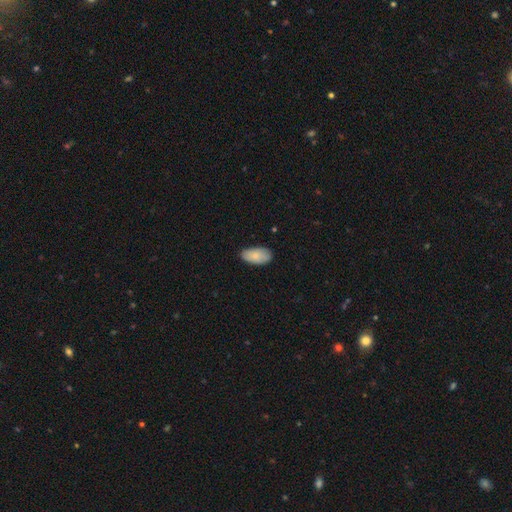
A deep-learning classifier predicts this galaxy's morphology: Overall: smooth (79%). How rounded: in between (95%). Merging: none (78%).